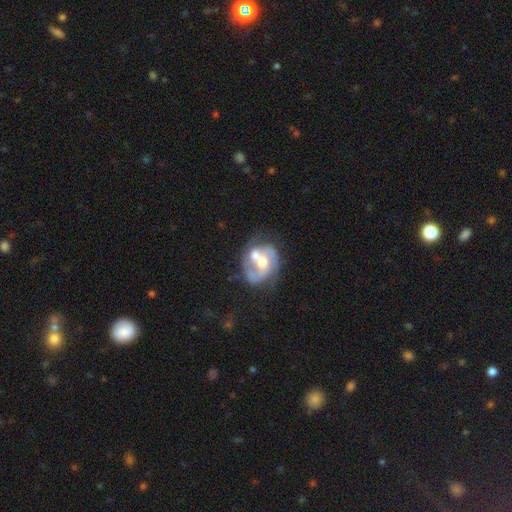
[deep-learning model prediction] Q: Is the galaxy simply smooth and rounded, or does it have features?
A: featured or disk — 78%.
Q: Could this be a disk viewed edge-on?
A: no — 98%.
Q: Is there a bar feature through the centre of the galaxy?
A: no — 55%.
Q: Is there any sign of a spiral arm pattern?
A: yes — 83%.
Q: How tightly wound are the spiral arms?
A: medium — 49%.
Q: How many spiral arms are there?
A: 2 — 70%.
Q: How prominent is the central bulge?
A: moderate — 68%.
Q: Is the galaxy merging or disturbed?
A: merger — 40%.